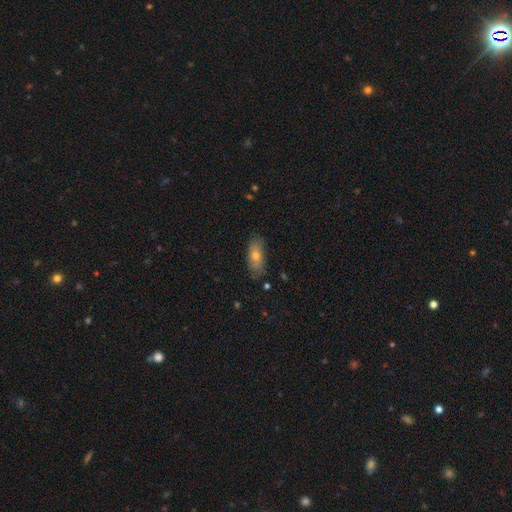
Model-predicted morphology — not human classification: A smooth galaxy with no disk features (61%) that is in between round and cigar-shaped (73%). Merging: none (80%).